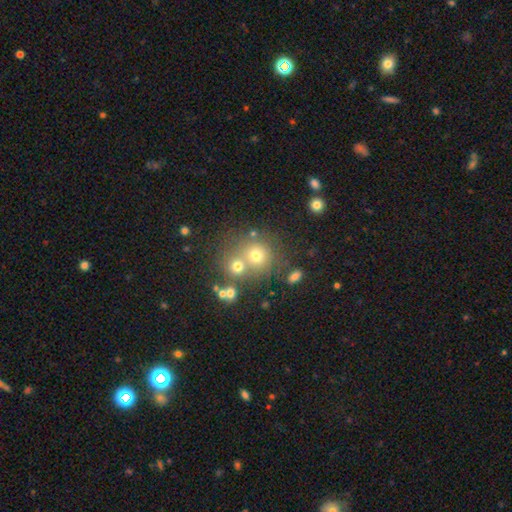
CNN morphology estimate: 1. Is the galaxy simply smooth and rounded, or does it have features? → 65% smooth, 20% star or artifact, 15% featured or disk.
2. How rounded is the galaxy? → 85% round, 14% in between, 1% cigar-shaped.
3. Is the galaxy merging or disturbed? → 53% none, 34% merger, 9% minor disturbance, 4% major disturbance.